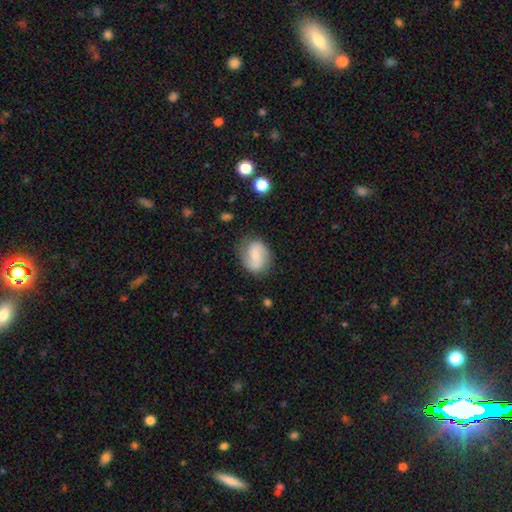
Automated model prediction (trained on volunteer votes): This is possibly a smooth galaxy (49%). Merging: likely none (73%).